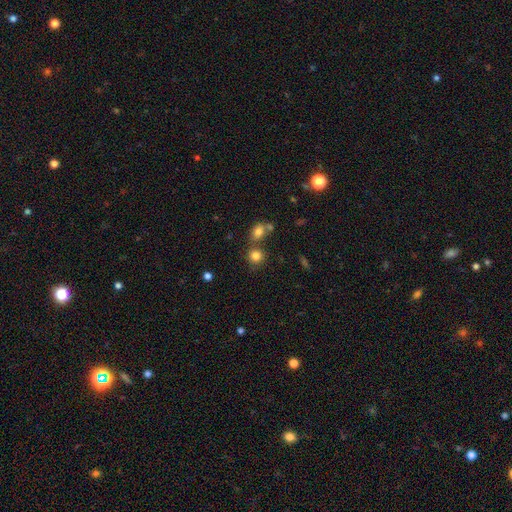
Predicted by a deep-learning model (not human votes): Morphology: type=smooth (82%); roundness=round (85%); merging=none (67%).